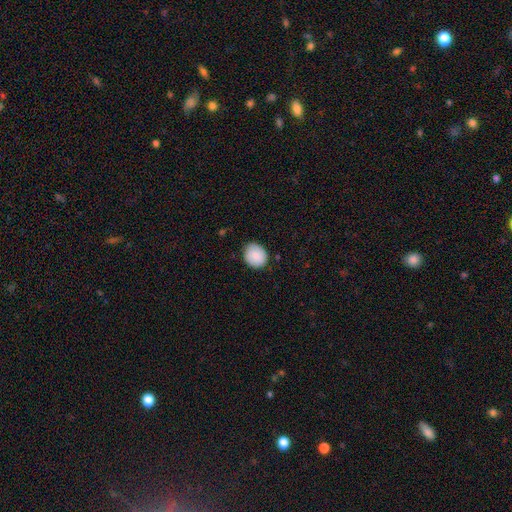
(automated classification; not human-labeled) This appears to be a smooth galaxy with no disk features (86%) that is round (72%). Merging: none (82%).